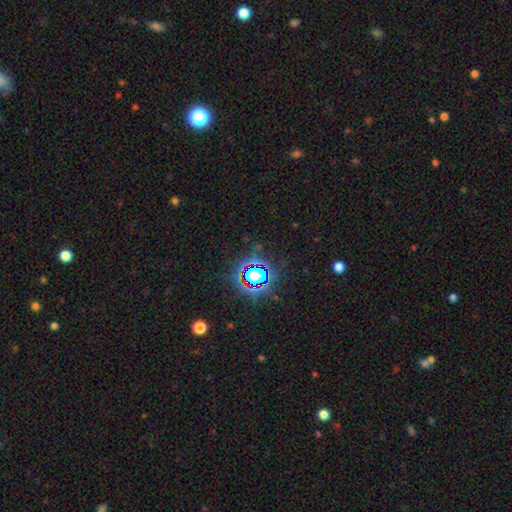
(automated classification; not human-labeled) A star or artifact, not a galaxy (81%).

Vote fractions:
- Smooth or featured? star or artifact: 81% / smooth: 12% / featured or disk: 7%